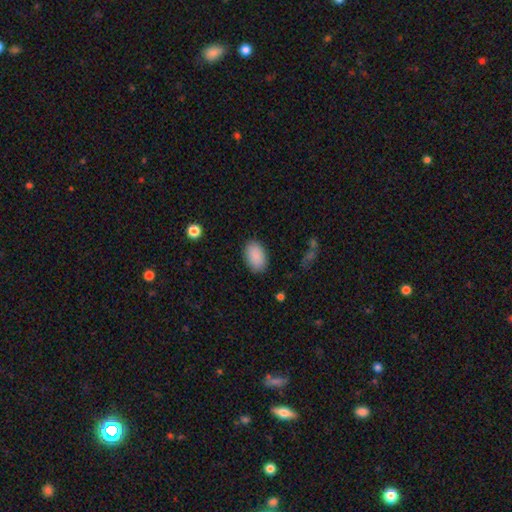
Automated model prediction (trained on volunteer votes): smooth_or_featured: smooth (p=0.90) [alt: star or artifact p=0.07]
how_rounded: in between (p=0.91) [alt: round p=0.08]
merging: none (p=0.87) [alt: minor disturbance p=0.09]